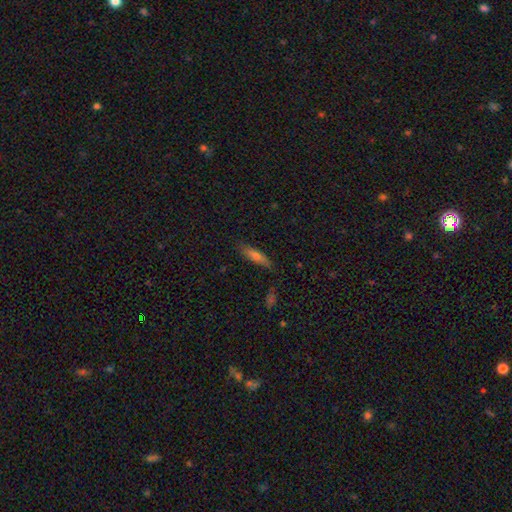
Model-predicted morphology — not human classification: Overall: smooth (70%). How rounded: cigar-shaped (71%). Merging: none (79%).